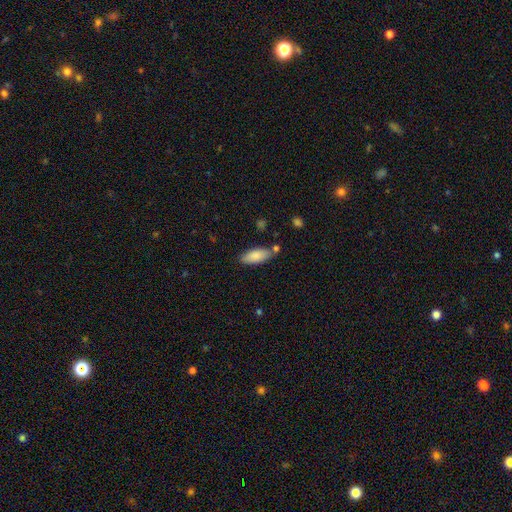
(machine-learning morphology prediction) type=smooth (84%); roundness=in between (78%); merging=none (75%).